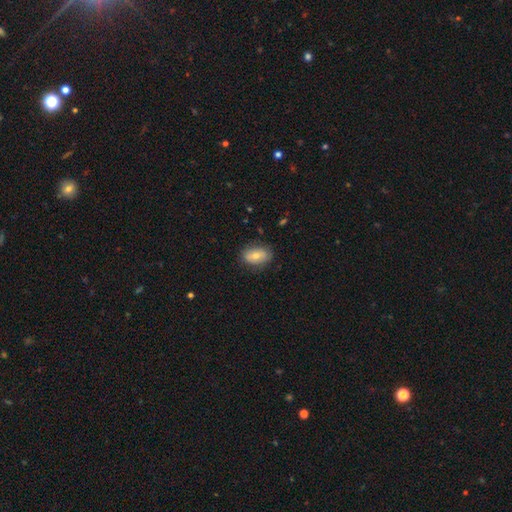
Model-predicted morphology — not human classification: smooth_or_featured: smooth (p=0.68) [alt: featured or disk p=0.24]
how_rounded: in between (p=0.86) [alt: round p=0.12]
merging: none (p=0.79) [alt: minor disturbance p=0.16]